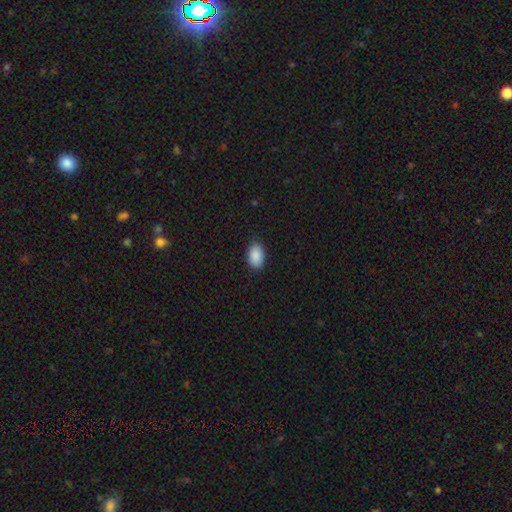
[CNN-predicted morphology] smooth 90%, star or artifact 7%, featured or disk 3%. Down the decision tree: how rounded — in between (87%); merging — none (86%).